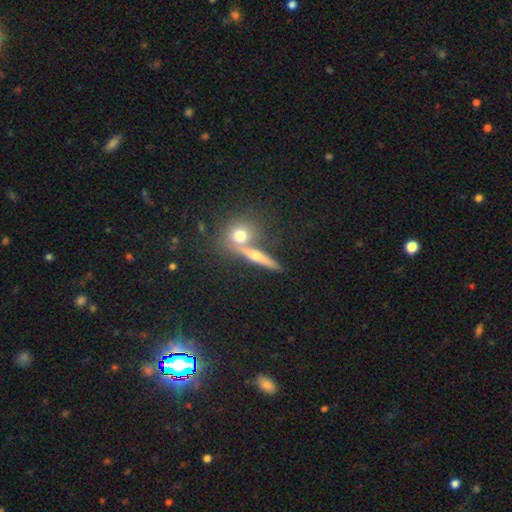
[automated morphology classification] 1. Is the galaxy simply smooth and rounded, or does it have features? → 47% smooth, 41% featured or disk, 11% star or artifact.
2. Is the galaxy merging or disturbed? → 65% none, 22% merger, 9% minor disturbance, 4% major disturbance.